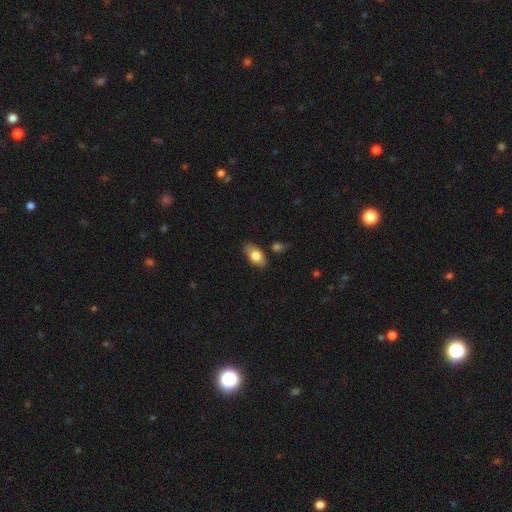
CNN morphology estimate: Q: Smooth or featured?
A: smooth (79%); runner-up: featured or disk (15%)
Q: How rounded?
A: in between (91%); runner-up: round (6%)
Q: Merging?
A: none (81%); runner-up: minor disturbance (13%)